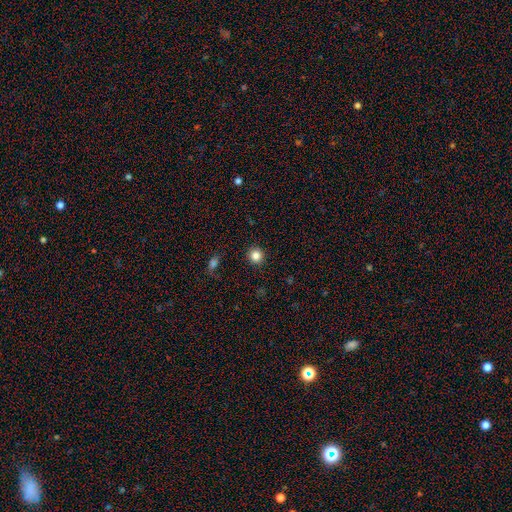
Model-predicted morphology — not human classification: Smooth or featured? Predicted: smooth (p=0.84). How rounded? Predicted: round (p=0.93). Merging? Predicted: none (p=0.92).